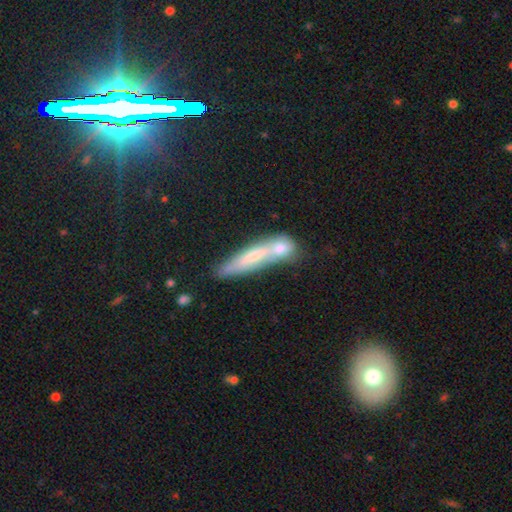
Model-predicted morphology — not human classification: Smooth or featured? Predicted: smooth (p=0.54). How rounded? Predicted: cigar-shaped (p=0.82). Merging? Predicted: none (p=0.41).